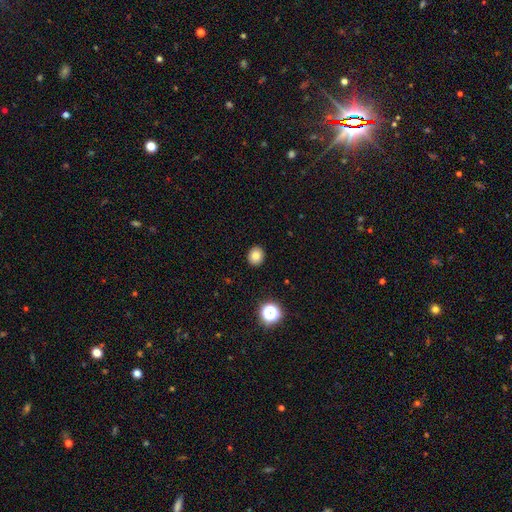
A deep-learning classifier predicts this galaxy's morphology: This appears to be a smooth galaxy with no disk features (82%) that is round (76%). Merging: none (91%).